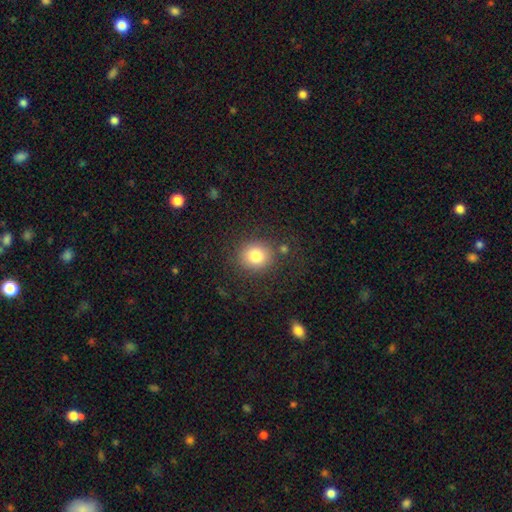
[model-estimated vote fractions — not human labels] Overall: smooth (82%). How rounded: round (82%). Merging: none (83%).